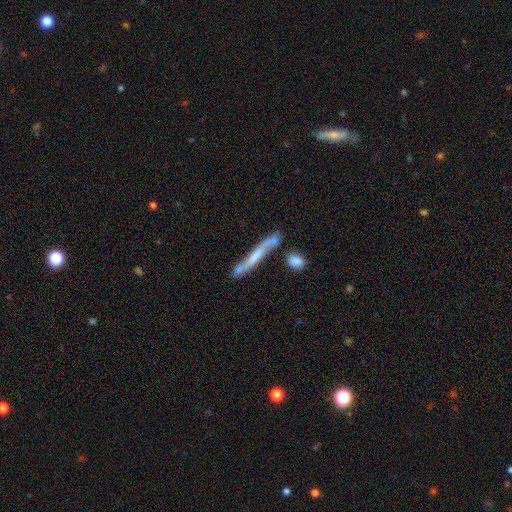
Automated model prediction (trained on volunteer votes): This appears to be a featured or disk galaxy (58%) viewed edge-on (70%). Merging: none (55%).